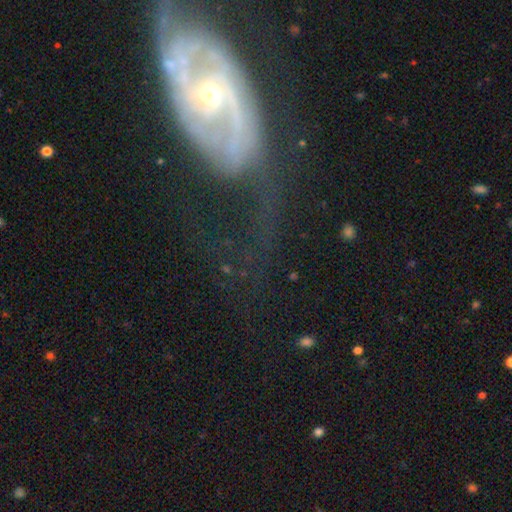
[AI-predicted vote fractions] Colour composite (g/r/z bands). It shows a featured or disk galaxy (81%) with no bar (58%), 2 (58%) tight (48%) spiral arms (84%) and a small central bulge (59%). Merging: none (53%).